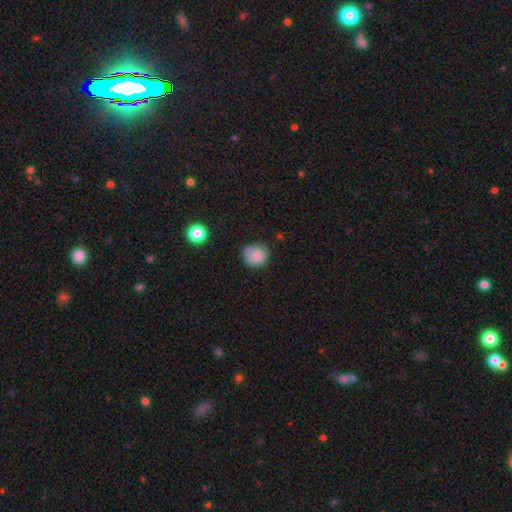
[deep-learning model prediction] smooth_or_featured: smooth (p=0.83) [alt: star or artifact p=0.09]
how_rounded: round (p=0.79) [alt: in between p=0.21]
merging: none (p=0.62) [alt: minor disturbance p=0.29]